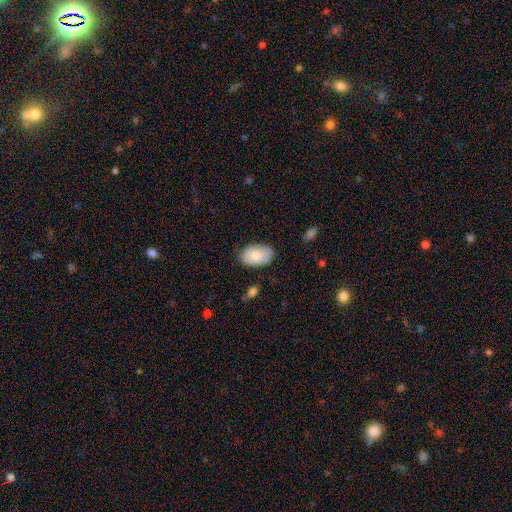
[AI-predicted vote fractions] A smooth galaxy with no disk features (79%) that is in between round and cigar-shaped (93%). Merging: none (80%).